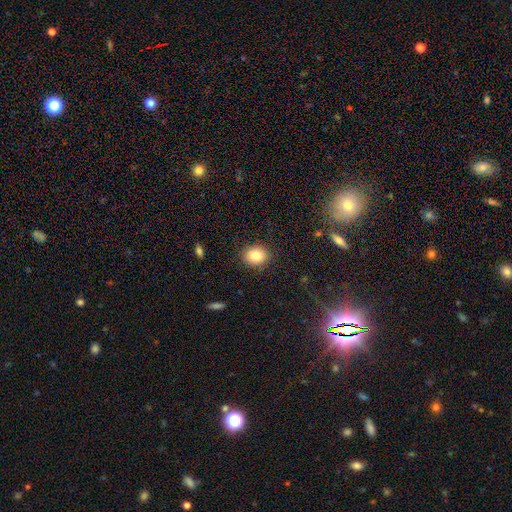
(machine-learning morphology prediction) Smooth or featured? smooth (84%)
How rounded? round (59%)
Merging? none (89%)